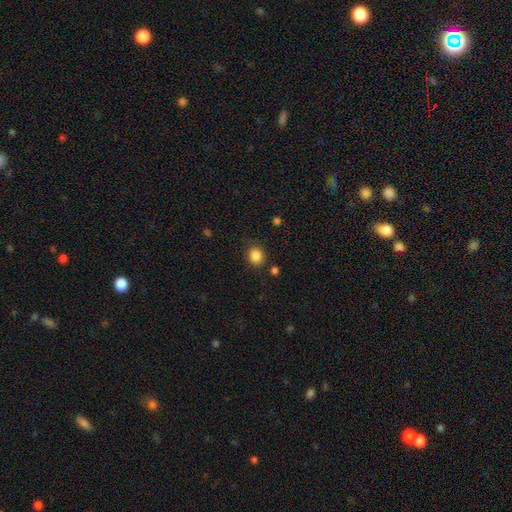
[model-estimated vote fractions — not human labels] Smooth or featured: smooth — 86% (star or artifact — 10%)
How rounded: round — 74% (in between — 25%)
Merging: none — 83% (minor disturbance — 11%)